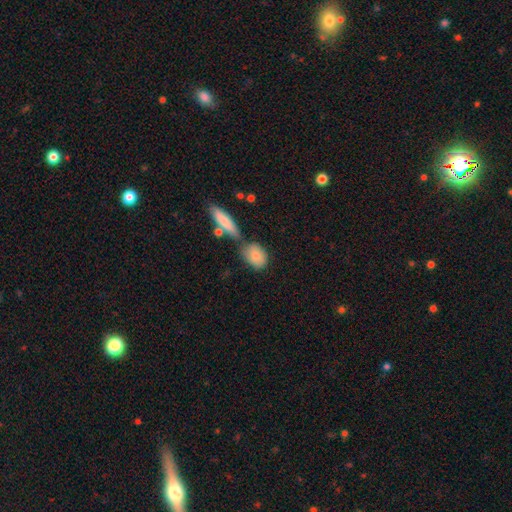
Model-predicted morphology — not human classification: smooth 82%, featured or disk 11%, star or artifact 7%. Down the decision tree: how rounded — in between (66%); merging — none (57%).